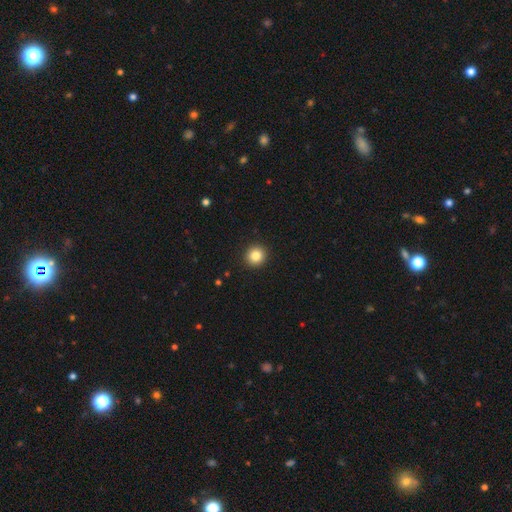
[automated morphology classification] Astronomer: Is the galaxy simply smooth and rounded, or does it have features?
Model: smooth — 84%.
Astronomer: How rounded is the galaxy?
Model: round — 94%.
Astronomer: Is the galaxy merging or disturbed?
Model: none — 93%.